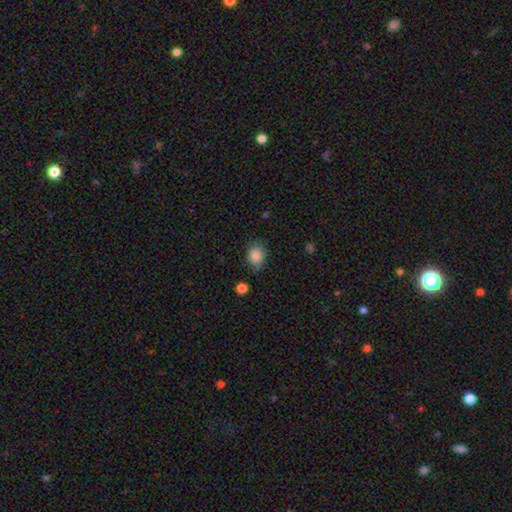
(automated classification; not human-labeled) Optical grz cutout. It shows a smooth galaxy with no disk features (85%) that is in between round and cigar-shaped (53%). Merging: none (68%).